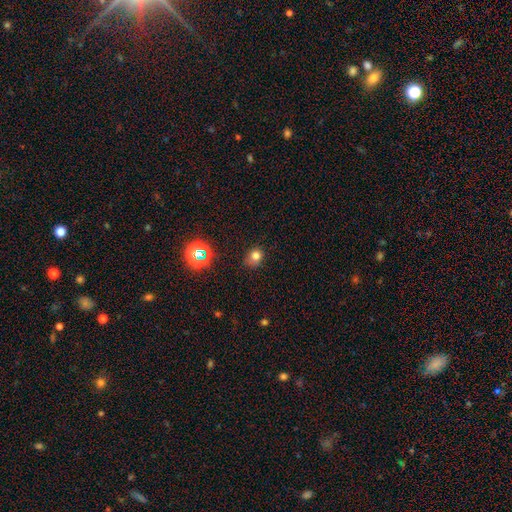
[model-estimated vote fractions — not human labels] A smooth galaxy with no disk features (73%) that is round (65%).

Vote fractions:
- Smooth or featured? smooth: 73% / star or artifact: 19% / featured or disk: 8%
- How rounded? round: 65% / in between: 34% / cigar-shaped: 1%
- Merging? none: 65% / minor disturbance: 25% / major disturbance: 7% / merger: 3%